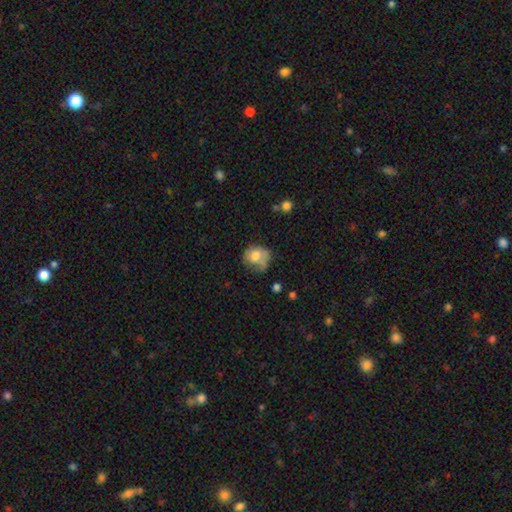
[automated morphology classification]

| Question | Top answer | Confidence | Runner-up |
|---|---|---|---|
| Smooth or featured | smooth | 64% | featured or disk (28%) |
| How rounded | round | 60% | in between (39%) |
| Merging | none | 44% | minor disturbance (32%) |